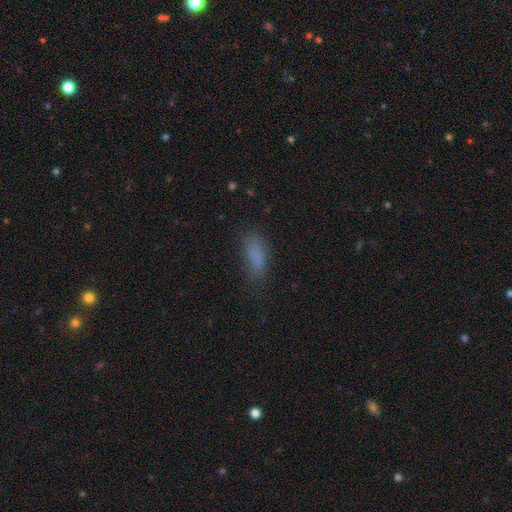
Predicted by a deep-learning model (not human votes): The model was most divided on "merging": none: 68%, minor disturbance: 22%, major disturbance: 9%, merger: 2%. More confident: smooth or featured — smooth (81%); how rounded — in between (74%).